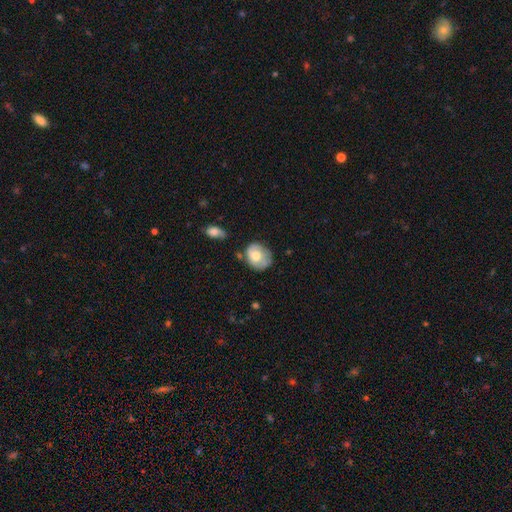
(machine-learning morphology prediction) Smooth or featured? Predicted: smooth (p=0.60). How rounded? Predicted: round (p=0.53). Merging? Predicted: none (p=0.52).